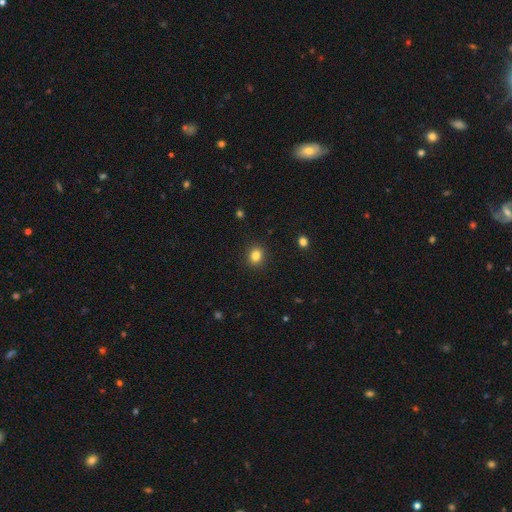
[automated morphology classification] Smooth or featured?
  - smooth: 83% *
  - star or artifact: 12%
  - featured or disk: 5%
How rounded?
  - round: 69% *
  - in between: 30%
  - cigar-shaped: 1%
Merging?
  - none: 90% *
  - minor disturbance: 6%
  - major disturbance: 2%
  - merger: 1%